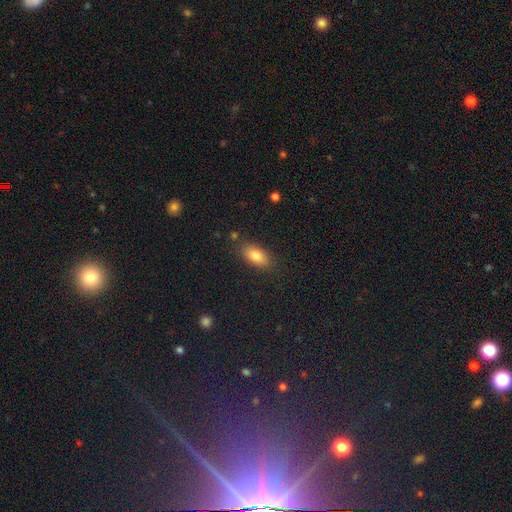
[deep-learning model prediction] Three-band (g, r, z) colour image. It shows a smooth galaxy with no disk features (82%) that is in between round and cigar-shaped (88%). Merging: none (83%).